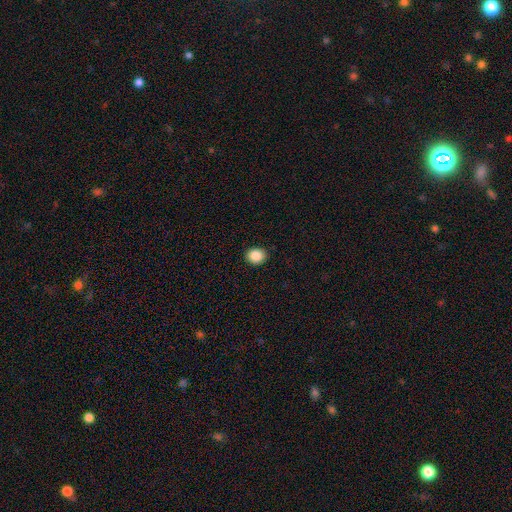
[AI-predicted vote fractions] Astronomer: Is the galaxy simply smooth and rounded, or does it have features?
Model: smooth — 88%.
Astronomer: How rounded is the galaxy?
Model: round — 70%.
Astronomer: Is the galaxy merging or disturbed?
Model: none — 91%.